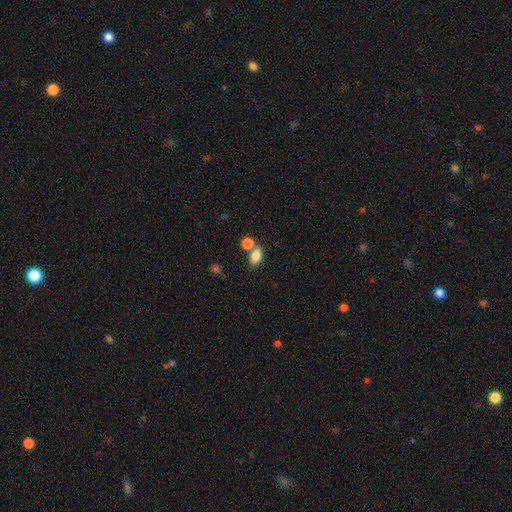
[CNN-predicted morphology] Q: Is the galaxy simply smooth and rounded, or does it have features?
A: smooth — 82%.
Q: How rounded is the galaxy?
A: in between — 85%.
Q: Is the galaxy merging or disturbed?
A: none — 55%.